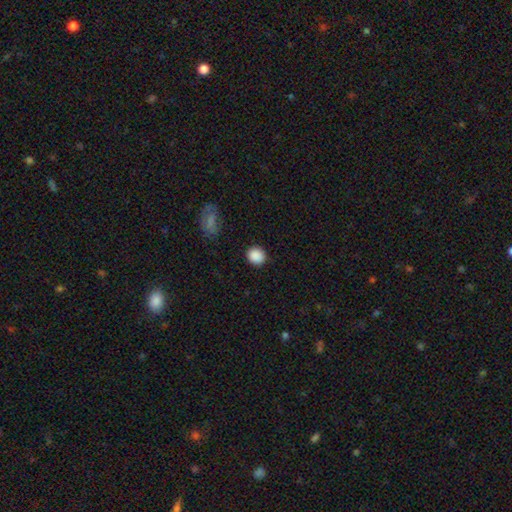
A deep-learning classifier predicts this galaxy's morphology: This appears to be a smooth galaxy with no disk features (89%) that is round (82%). Merging: none (89%).